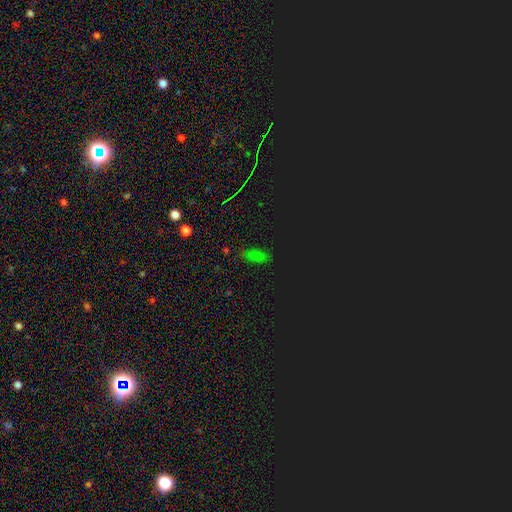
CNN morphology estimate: This is possibly a smooth galaxy (48%). Merging: likely none (77%).